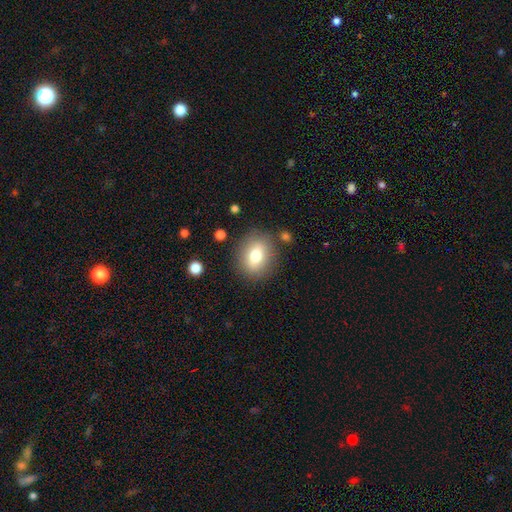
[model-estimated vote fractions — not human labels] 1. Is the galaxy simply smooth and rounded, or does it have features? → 72% smooth, 19% featured or disk, 9% star or artifact.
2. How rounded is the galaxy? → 50% round, 48% in between, 2% cigar-shaped.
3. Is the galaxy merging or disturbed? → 83% none, 10% minor disturbance, 4% major disturbance, 3% merger.